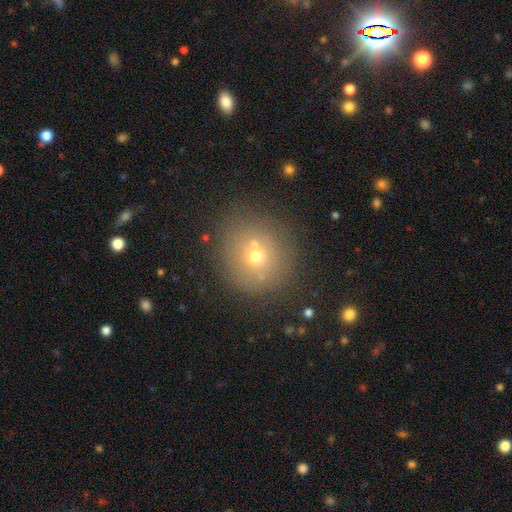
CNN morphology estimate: smooth_or_featured: smooth (p=0.63) [alt: star or artifact p=0.19]
how_rounded: round (p=0.90) [alt: in between p=0.09]
merging: none (p=0.72) [alt: merger p=0.13]